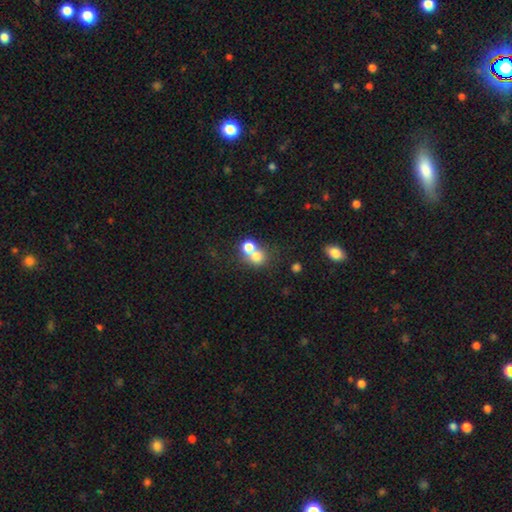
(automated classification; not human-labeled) Smooth or featured? smooth (72%)
How rounded? round (79%)
Merging? merger (54%)